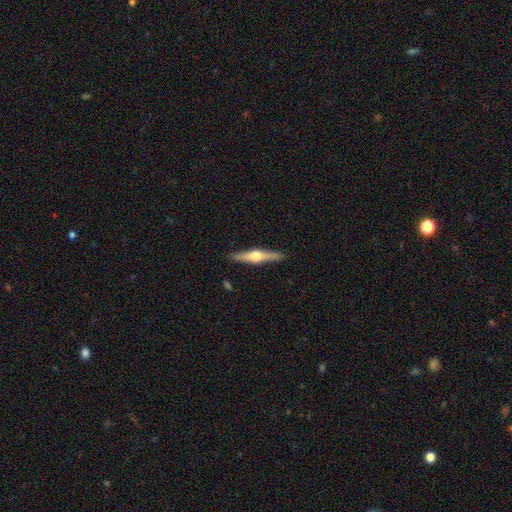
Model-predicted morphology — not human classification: A featured or disk galaxy (70%) viewed edge-on (98%) with a rounded central bulge (94%). Merging: none (91%).